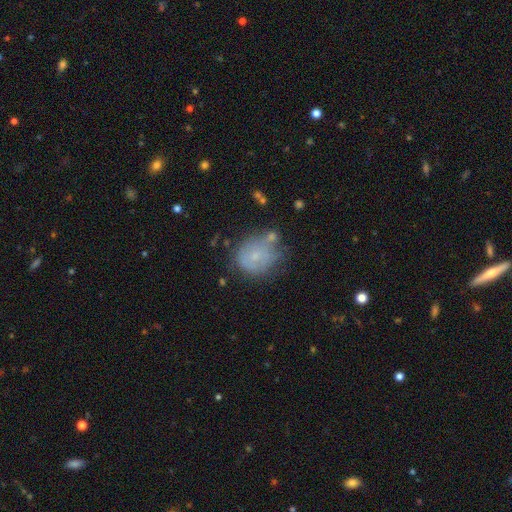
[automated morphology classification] A smooth galaxy with no disk features (57%) that is round (71%). Merging: none (52%).